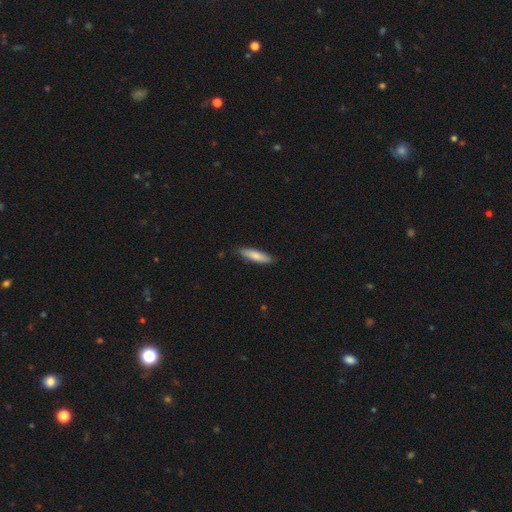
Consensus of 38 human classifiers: A smooth galaxy with no disk features (82%) that is cigar-shaped (74%). Merging: none (83%).